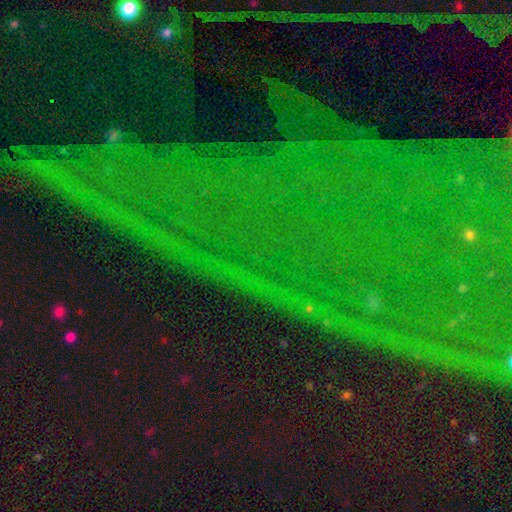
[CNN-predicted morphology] Smooth or featured: star or artifact — 84% (featured or disk — 8%)